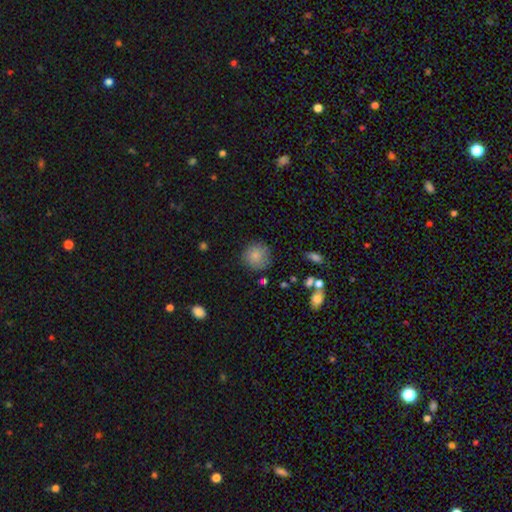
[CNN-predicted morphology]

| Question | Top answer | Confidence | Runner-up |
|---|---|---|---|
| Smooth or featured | smooth | 83% | star or artifact (9%) |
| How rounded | round | 93% | in between (6%) |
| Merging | none | 82% | minor disturbance (12%) |